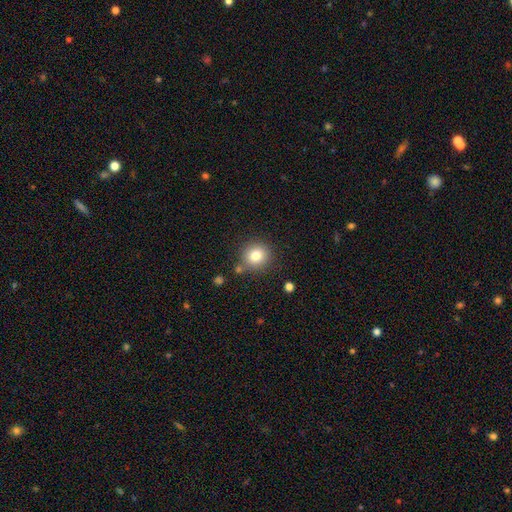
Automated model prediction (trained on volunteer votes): This appears to be a smooth galaxy with no disk features (80%) that is round (90%). Merging: none (81%).